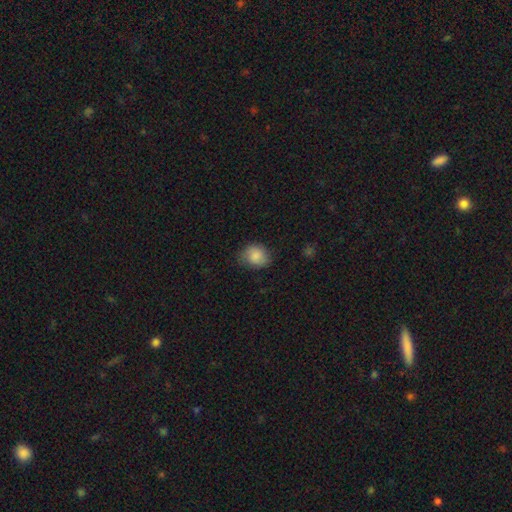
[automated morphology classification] Smooth or featured? smooth (84%)
How rounded? round (57%)
Merging? none (71%)